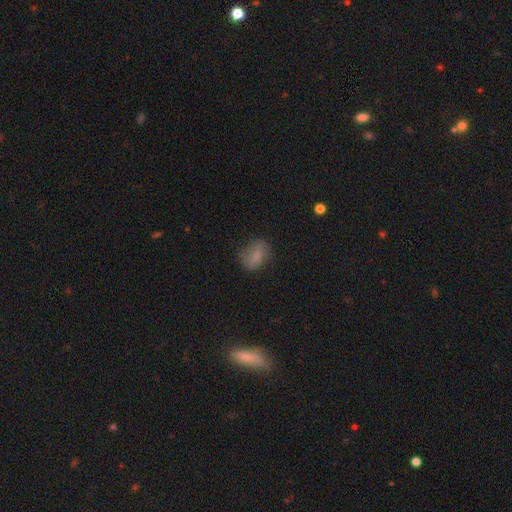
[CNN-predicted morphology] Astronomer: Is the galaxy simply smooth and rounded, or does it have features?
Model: smooth — 77%.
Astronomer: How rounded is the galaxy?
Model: in between — 78%.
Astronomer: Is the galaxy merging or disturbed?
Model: none — 69%.